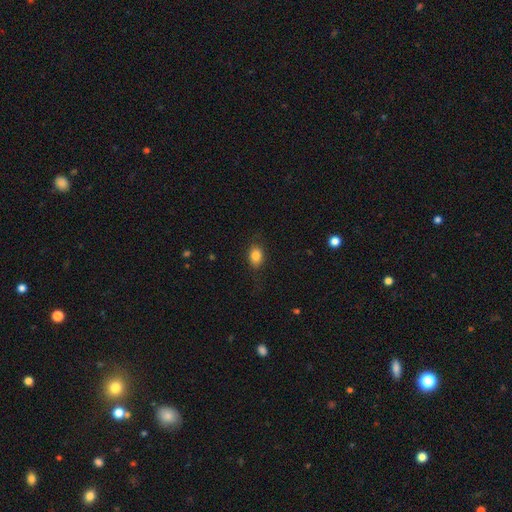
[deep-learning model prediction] Morphology: type=smooth (84%); roundness=in between (66%); merging=none (80%).